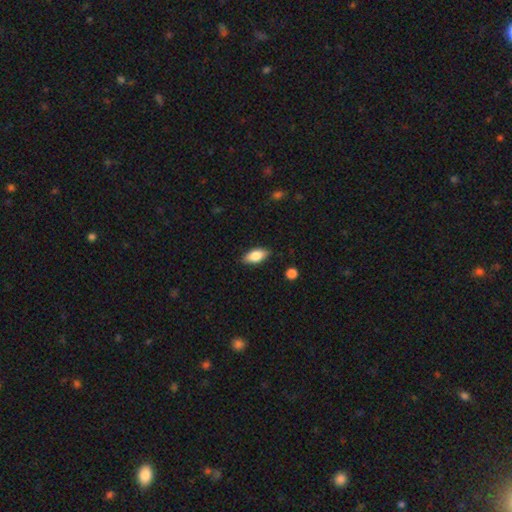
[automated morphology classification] smooth_or_featured: smooth (p=0.82) [alt: featured or disk p=0.11]
how_rounded: in between (p=0.88) [alt: cigar-shaped p=0.09]
merging: none (p=0.86) [alt: minor disturbance p=0.11]